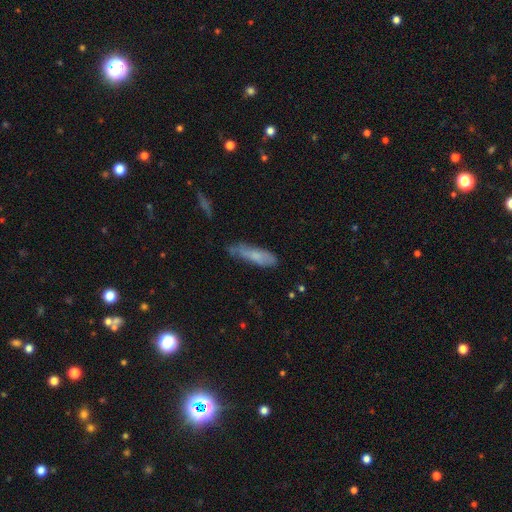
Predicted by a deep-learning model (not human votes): The model was most divided on "merging": none: 58%, minor disturbance: 31%, major disturbance: 9%, merger: 3%. More confident: smooth or featured — smooth (69%); how rounded — cigar-shaped (68%).